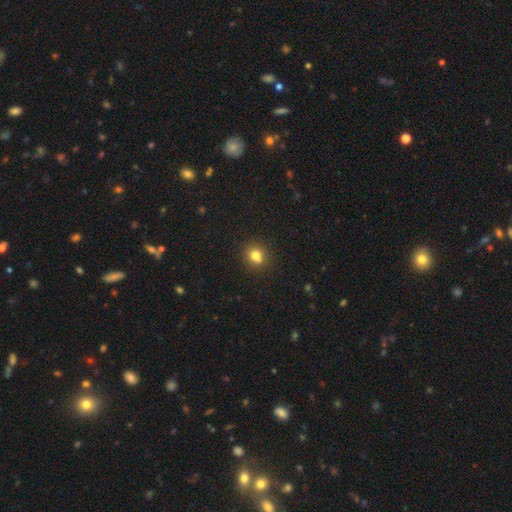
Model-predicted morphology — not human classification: smooth_or_featured: smooth (p=0.77) [alt: star or artifact p=0.14]
how_rounded: round (p=0.81) [alt: in between p=0.18]
merging: none (p=0.75) [alt: merger p=0.12]